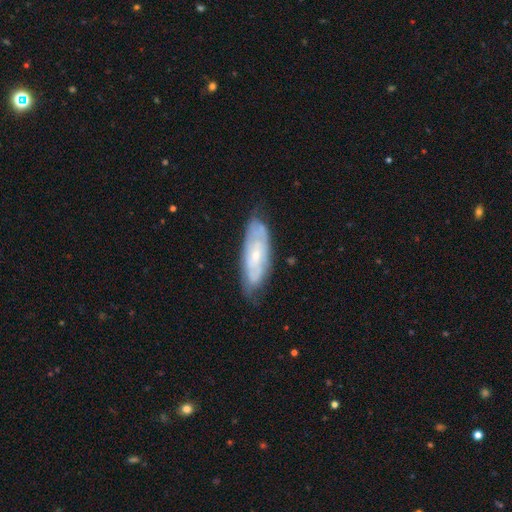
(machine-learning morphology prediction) Smooth or featured? Predicted: featured or disk (p=0.67). Edge-on disk? Predicted: no (p=0.82). Bar? Predicted: no (p=0.73). Spiral arms? Predicted: yes (p=0.76). Bulge size? Predicted: small (p=0.71). Merging? Predicted: none (p=0.71).